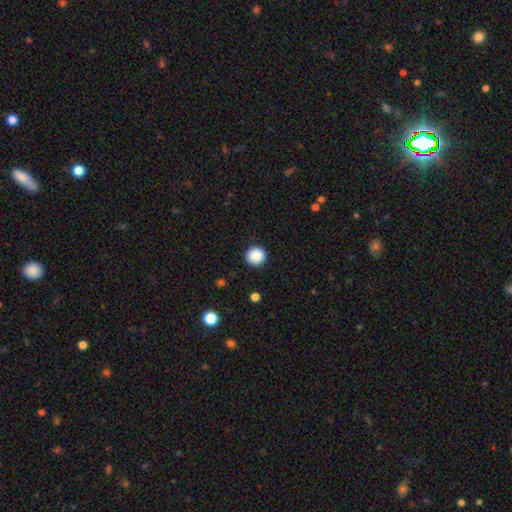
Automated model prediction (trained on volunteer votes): smooth-or-featured: smooth: 88% | star or artifact: 9% | featured or disk: 3%
  how-rounded: round: 95% | in between: 4% | cigar-shaped: 1%
  merging: none: 92% | minor disturbance: 5% | major disturbance: 2% | merger: 1%